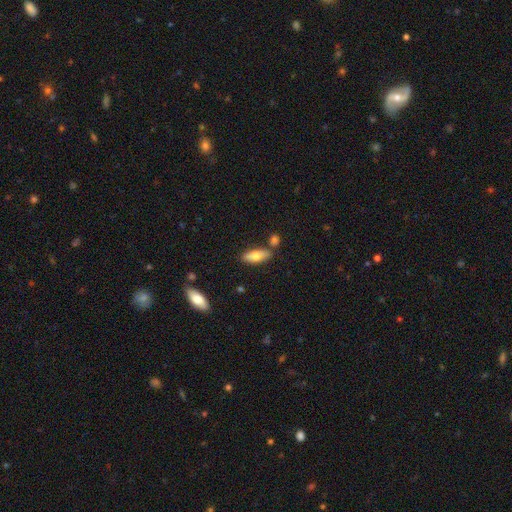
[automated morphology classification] A smooth galaxy with no disk features (70%) that is in between round and cigar-shaped (69%).

Vote fractions:
- Smooth or featured? smooth: 70% / featured or disk: 24% / star or artifact: 6%
- How rounded? in between: 69% / cigar-shaped: 28% / round: 2%
- Merging? none: 75% / minor disturbance: 13% / merger: 9% / major disturbance: 3%